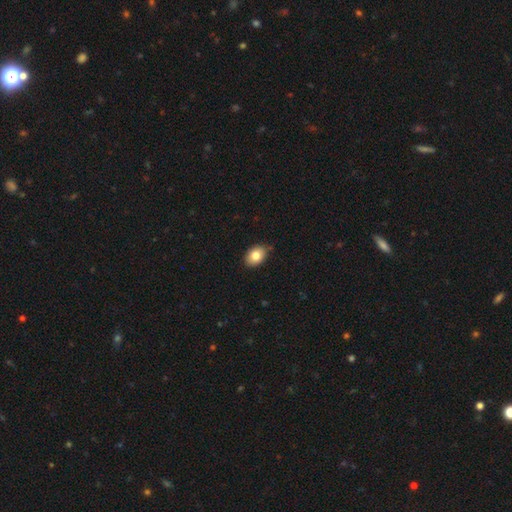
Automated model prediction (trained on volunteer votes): smooth_or_featured: smooth (p=0.82) [alt: featured or disk p=0.10]
how_rounded: in between (p=0.78) [alt: round p=0.21]
merging: none (p=0.82) [alt: minor disturbance p=0.15]